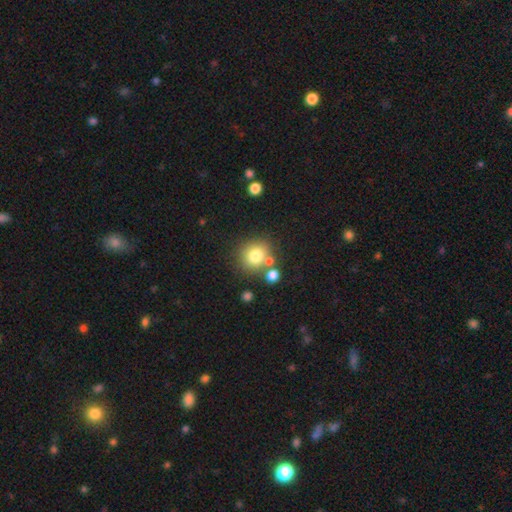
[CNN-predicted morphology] smooth 77%, star or artifact 13%, featured or disk 11%. Down the decision tree: how rounded — round (87%); merging — none (70%).